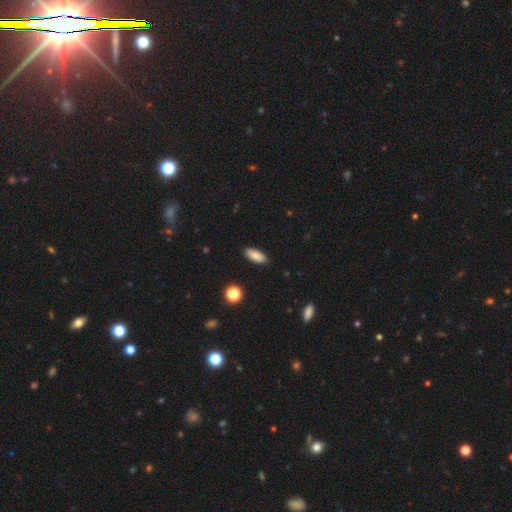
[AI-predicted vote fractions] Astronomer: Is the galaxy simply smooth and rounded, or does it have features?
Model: smooth — 84%.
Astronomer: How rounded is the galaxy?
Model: in between — 81%.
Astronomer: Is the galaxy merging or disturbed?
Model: none — 89%.